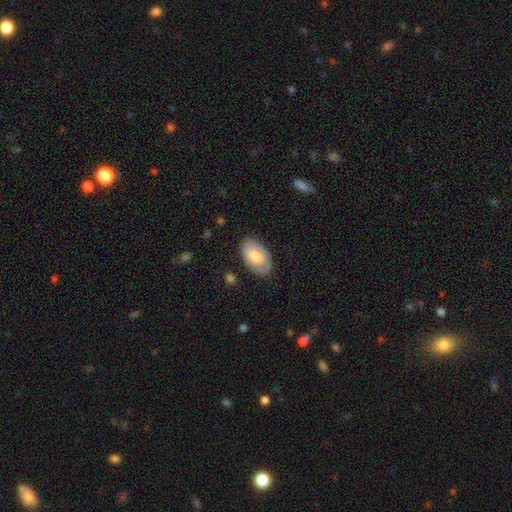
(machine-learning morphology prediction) smooth_or_featured: smooth (p=0.64) [alt: featured or disk p=0.31]
how_rounded: in between (p=0.94) [alt: round p=0.05]
merging: none (p=0.83) [alt: minor disturbance p=0.13]